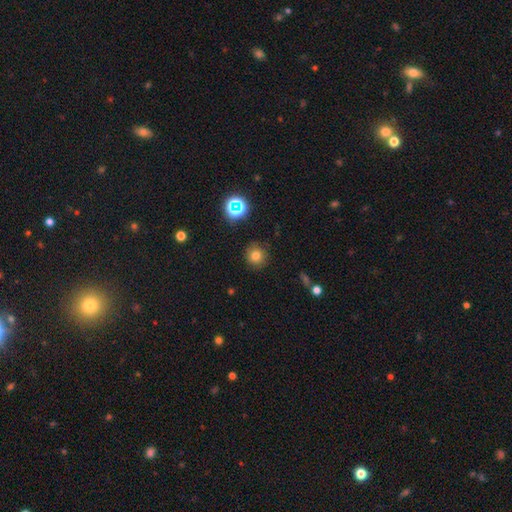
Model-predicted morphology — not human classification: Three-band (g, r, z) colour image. It shows a smooth galaxy with no disk features (74%) that is round (92%). Merging: none (88%).